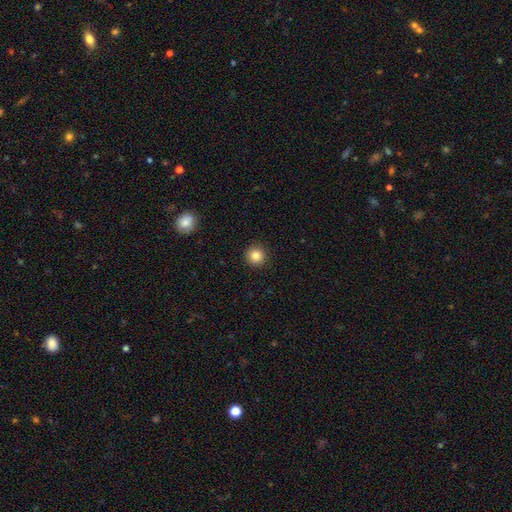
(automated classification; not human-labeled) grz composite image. It shows a smooth galaxy with no disk features (84%) that is round (95%). Merging: none (93%).